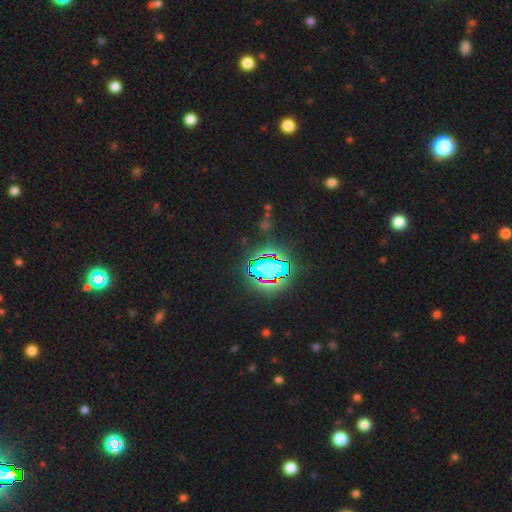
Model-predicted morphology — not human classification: A star or artifact, not a galaxy (74%).